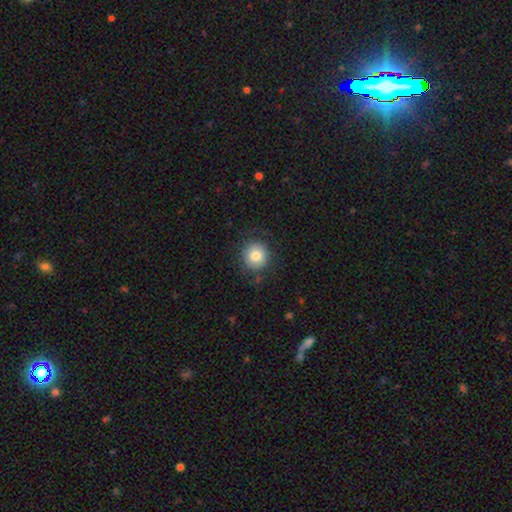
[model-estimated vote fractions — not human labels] This appears to be a smooth galaxy with no disk features (81%) that is round (92%). Merging: none (82%).